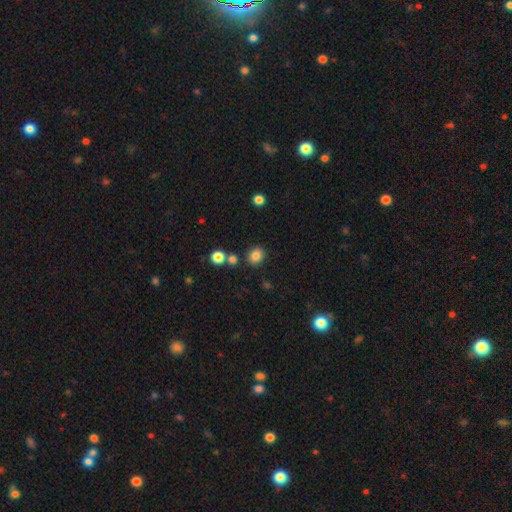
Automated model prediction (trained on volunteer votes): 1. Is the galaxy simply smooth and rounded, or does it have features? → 83% smooth, 12% star or artifact, 5% featured or disk.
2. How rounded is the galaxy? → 72% round, 27% in between, 1% cigar-shaped.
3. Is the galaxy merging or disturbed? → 82% none, 9% minor disturbance, 7% merger, 3% major disturbance.